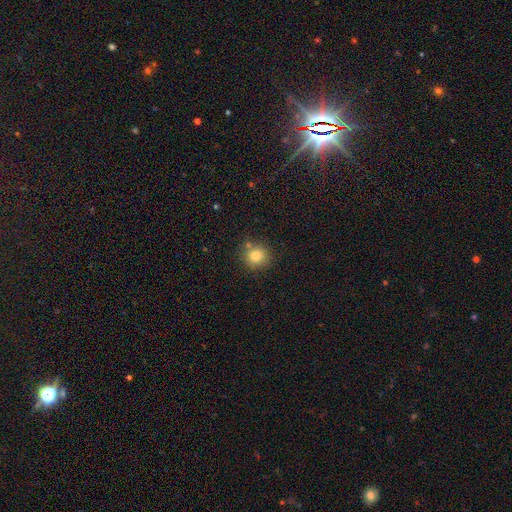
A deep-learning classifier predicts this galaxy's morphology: Overall: smooth (82%). How rounded: round (89%). Merging: none (78%).